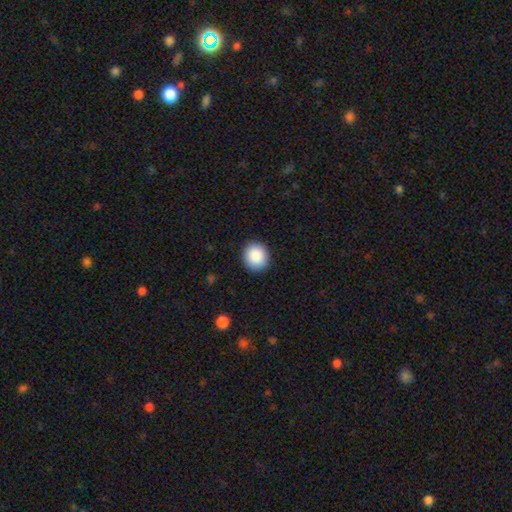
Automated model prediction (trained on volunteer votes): Smooth or featured? smooth (88%)
How rounded? round (84%)
Merging? none (91%)